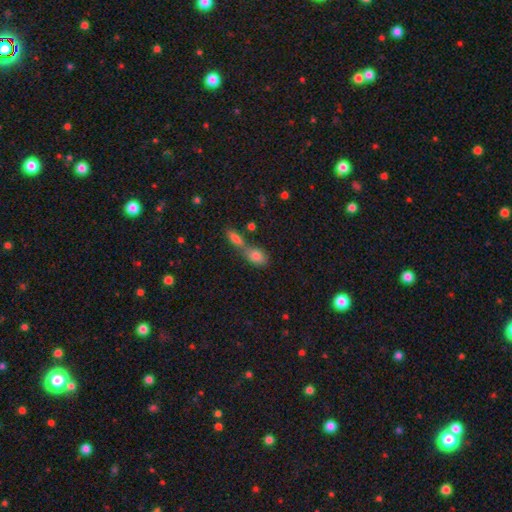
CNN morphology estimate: Q: Smooth or featured?
A: smooth (81%); runner-up: featured or disk (10%)
Q: How rounded?
A: in between (81%); runner-up: round (13%)
Q: Merging?
A: merger (48%); runner-up: none (38%)